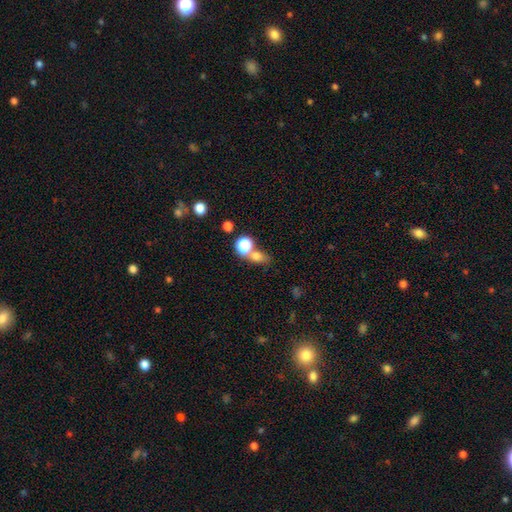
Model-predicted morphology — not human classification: A smooth galaxy with no disk features (70%) that is round (50%).

Vote fractions:
- Smooth or featured? smooth: 70% / star or artifact: 20% / featured or disk: 10%
- How rounded? round: 50% / in between: 47% / cigar-shaped: 3%
- Merging? none: 49% / merger: 34% / minor disturbance: 11% / major disturbance: 6%